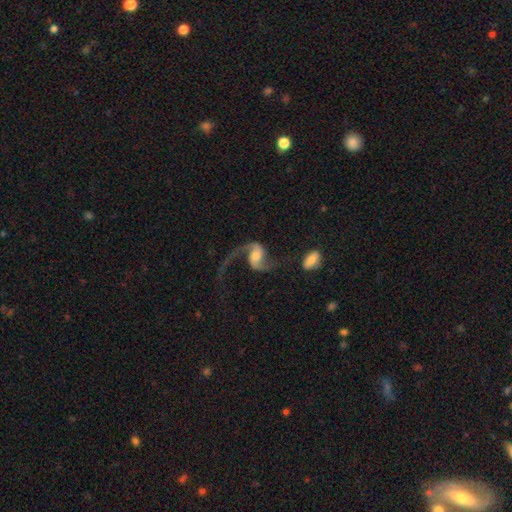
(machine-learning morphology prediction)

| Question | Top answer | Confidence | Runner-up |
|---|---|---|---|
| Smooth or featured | featured or disk | 89% | smooth (7%) |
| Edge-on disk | no | 97% | yes (3%) |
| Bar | no | 48% | weak (38%) |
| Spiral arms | yes | 96% | no (4%) |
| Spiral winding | loose | 82% | medium (15%) |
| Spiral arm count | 2 | 88% | 1 (8%) |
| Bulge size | moderate | 45% | large (22%) |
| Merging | none | 48% | major disturbance (29%) |